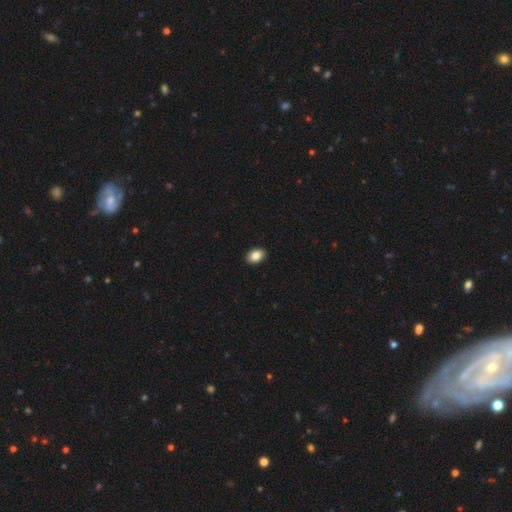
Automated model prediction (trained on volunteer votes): Smooth or featured? smooth (85%)
How rounded? in between (83%)
Merging? none (92%)